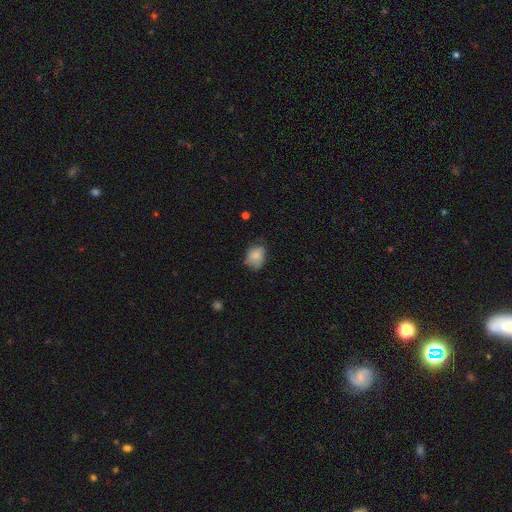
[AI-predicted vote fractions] Smooth or featured? Predicted: smooth (p=0.82). How rounded? Predicted: in between (p=0.62). Merging? Predicted: none (p=0.60).